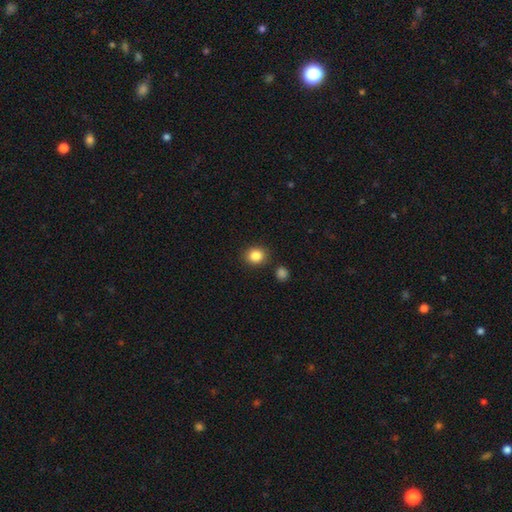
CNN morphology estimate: The model was most divided on "how rounded": round: 76%, in between: 23%, cigar-shaped: 1%. More confident: merging — none (86%); smooth or featured — smooth (85%).